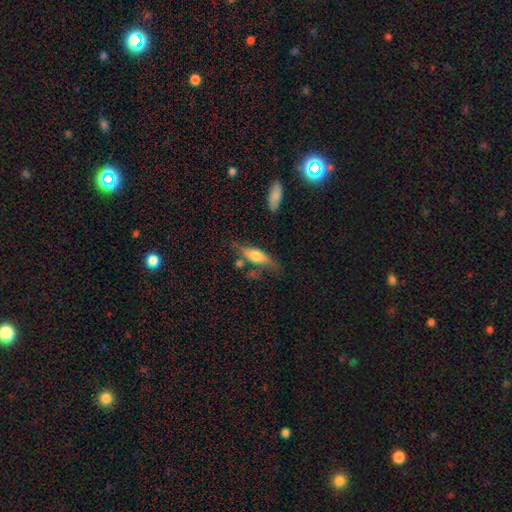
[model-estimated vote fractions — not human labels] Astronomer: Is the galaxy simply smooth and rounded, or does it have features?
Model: smooth — 54% (runner-up: featured or disk, 39%).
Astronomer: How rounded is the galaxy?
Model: in between — 56% (runner-up: cigar-shaped, 41%).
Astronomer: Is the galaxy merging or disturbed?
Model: none — 52%.